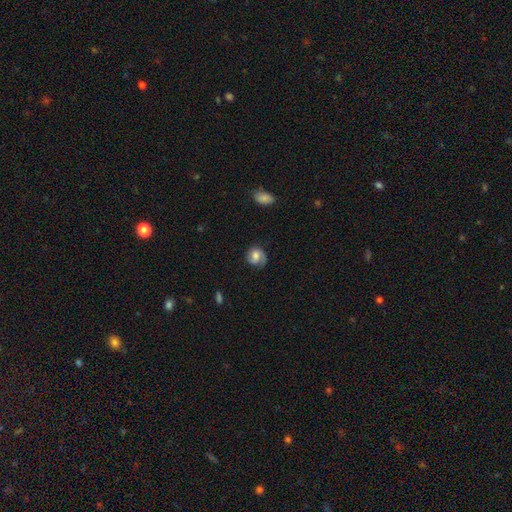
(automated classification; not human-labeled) featured or disk 55%, smooth 38%, star or artifact 8%. Down the decision tree: edge-on disk — no (97%); bar — no (55%); spiral arms — yes (89%); bulge size — moderate (54%); merging — none (66%).